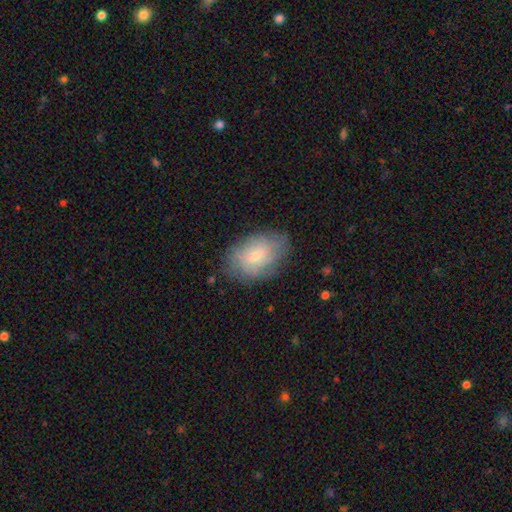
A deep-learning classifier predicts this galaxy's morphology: smooth_or_featured: smooth (p=0.53) [alt: featured or disk p=0.38]
how_rounded: in between (p=0.84) [alt: round p=0.15]
merging: none (p=0.72) [alt: minor disturbance p=0.20]